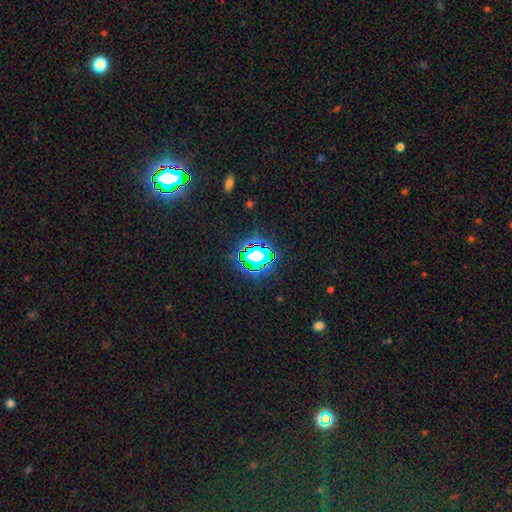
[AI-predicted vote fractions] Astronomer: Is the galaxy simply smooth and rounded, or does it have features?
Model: star or artifact — 68%.